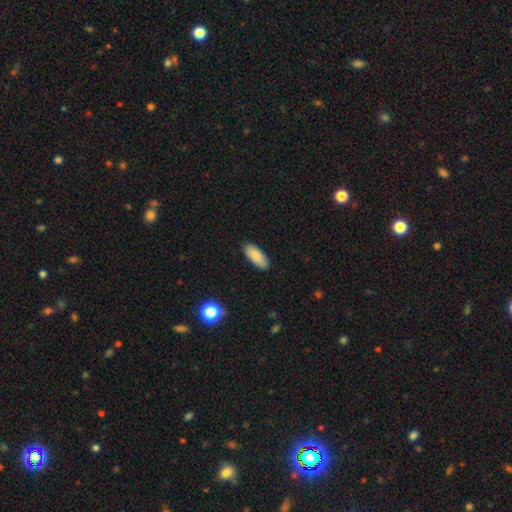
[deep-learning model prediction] Smooth or featured: smooth — 87% (featured or disk — 7%)
How rounded: in between — 82% (cigar-shaped — 16%)
Merging: none — 88% (minor disturbance — 9%)